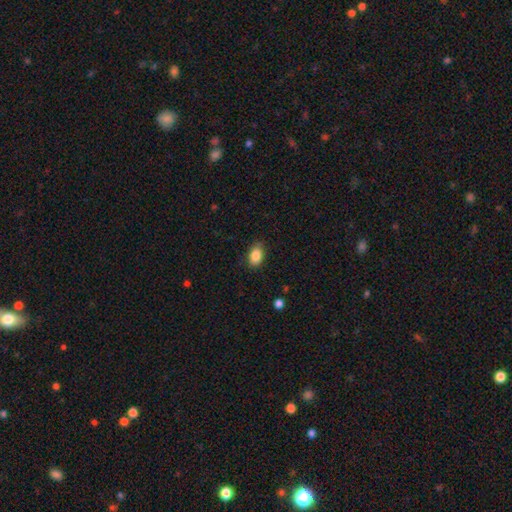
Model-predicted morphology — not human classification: Smooth or featured? smooth (87%)
How rounded? in between (87%)
Merging? none (84%)